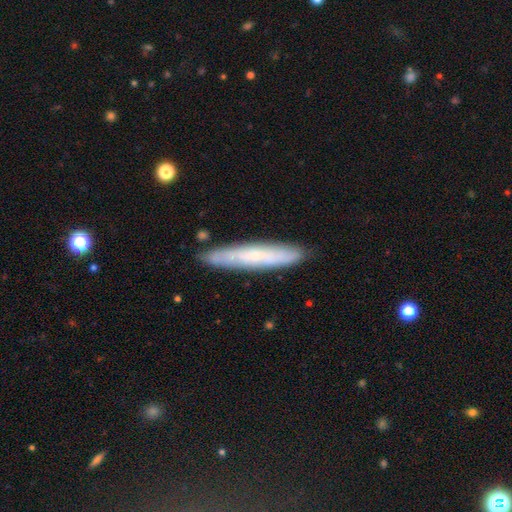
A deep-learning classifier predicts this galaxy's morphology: smooth-or-featured: smooth: 53% | featured or disk: 41% | star or artifact: 6%
  how-rounded: cigar-shaped: 92% | in between: 7% | round: 1%
  merging: none: 85% | minor disturbance: 11% | major disturbance: 2% | merger: 2%